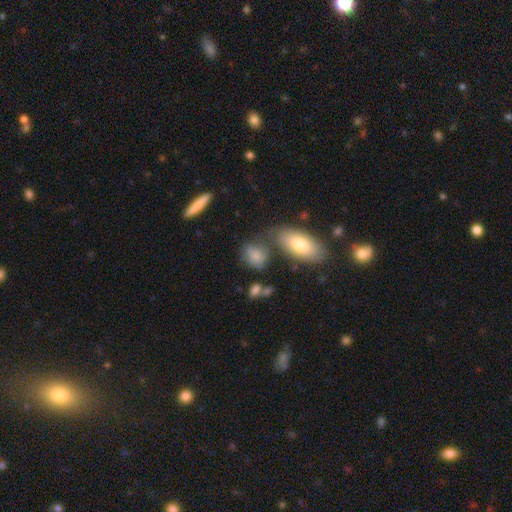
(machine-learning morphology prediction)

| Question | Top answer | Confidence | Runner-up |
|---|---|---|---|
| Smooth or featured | smooth | 78% | featured or disk (13%) |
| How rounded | in between | 60% | round (37%) |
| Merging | none | 51% | minor disturbance (22%) |